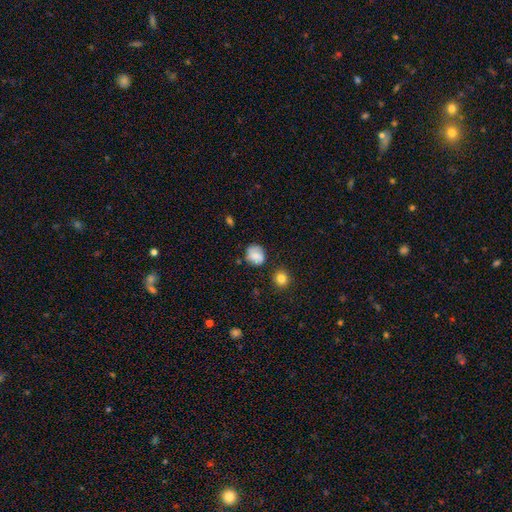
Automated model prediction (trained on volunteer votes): The model was most divided on "how rounded": round: 73%, in between: 26%, cigar-shaped: 1%. More confident: smooth or featured — smooth (75%); merging — none (70%).